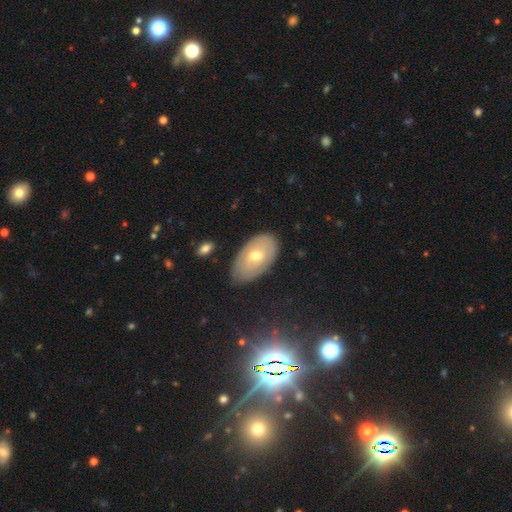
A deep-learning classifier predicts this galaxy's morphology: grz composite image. It shows a featured or disk galaxy (49%). Merging: none (74%).